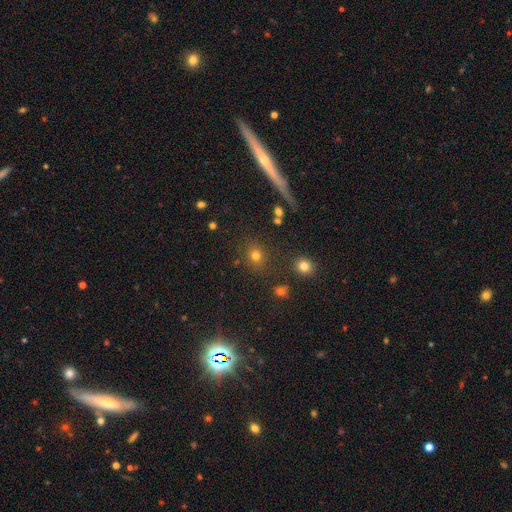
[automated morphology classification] A smooth galaxy with no disk features (74%) that is round (81%).

Vote fractions:
- Smooth or featured? smooth: 74% / star or artifact: 18% / featured or disk: 8%
- How rounded? round: 81% / in between: 17% / cigar-shaped: 2%
- Merging? none: 82% / minor disturbance: 9% / merger: 5% / major disturbance: 4%